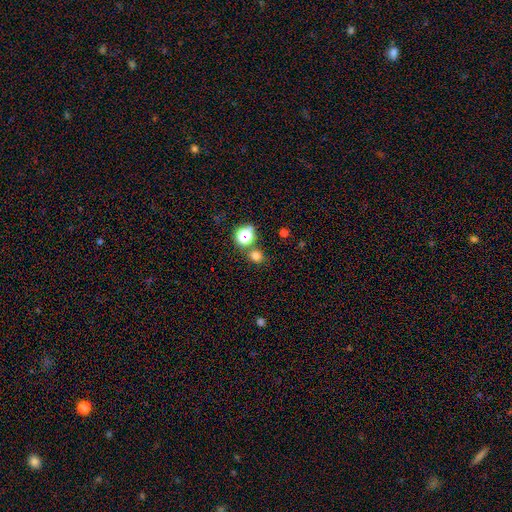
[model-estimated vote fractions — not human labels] smooth_or_featured: smooth (p=0.71) [alt: star or artifact p=0.23]
how_rounded: round (p=0.81) [alt: in between p=0.18]
merging: none (p=0.77) [alt: merger p=0.12]